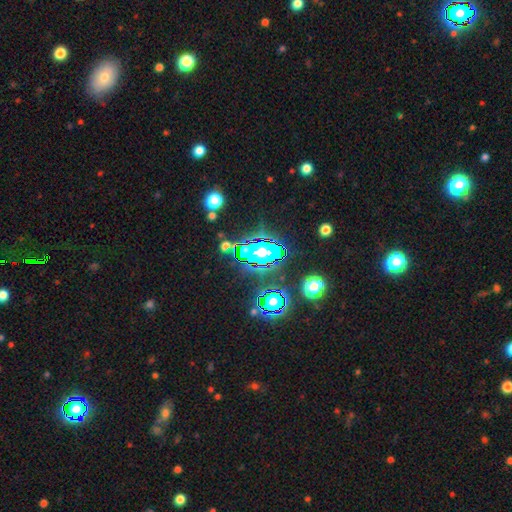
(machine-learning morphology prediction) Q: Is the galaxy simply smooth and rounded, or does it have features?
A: star or artifact — 63%.